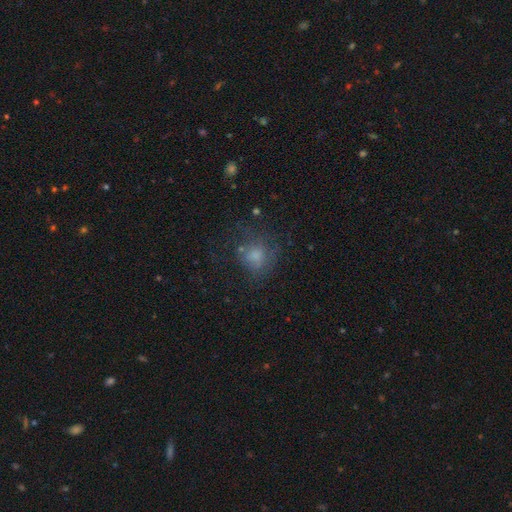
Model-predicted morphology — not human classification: The model was most divided on "merging": none: 47%, major disturbance: 27%, minor disturbance: 21%, merger: 4%. More confident: how rounded — round (72%); smooth or featured — smooth (60%).